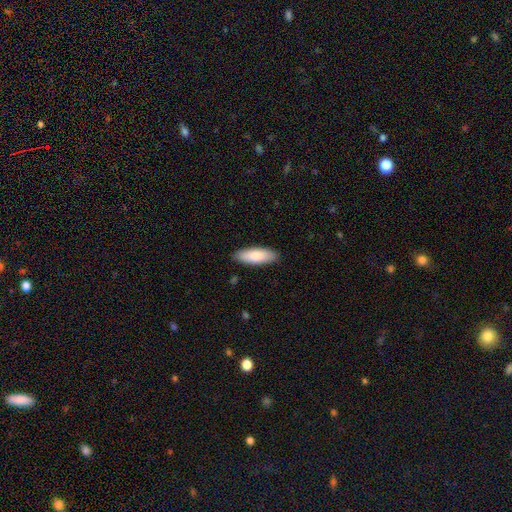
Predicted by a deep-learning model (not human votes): A smooth galaxy with no disk features (84%) that is in between round and cigar-shaped (64%).

Vote fractions:
- Smooth or featured? smooth: 84% / featured or disk: 11% / star or artifact: 5%
- How rounded? in between: 64% / cigar-shaped: 35% / round: 2%
- Merging? none: 88% / minor disturbance: 9% / major disturbance: 2% / merger: 1%